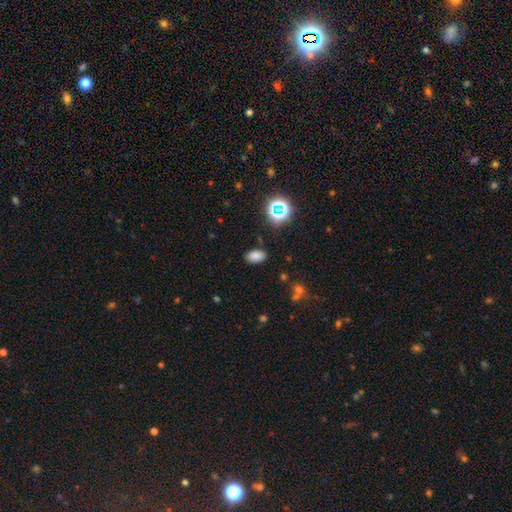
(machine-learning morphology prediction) Smooth or featured?
  - smooth: 78% *
  - star or artifact: 17%
  - featured or disk: 5%
How rounded?
  - in between: 90% *
  - round: 8%
  - cigar-shaped: 2%
Merging?
  - none: 85% *
  - minor disturbance: 10%
  - major disturbance: 3%
  - merger: 2%